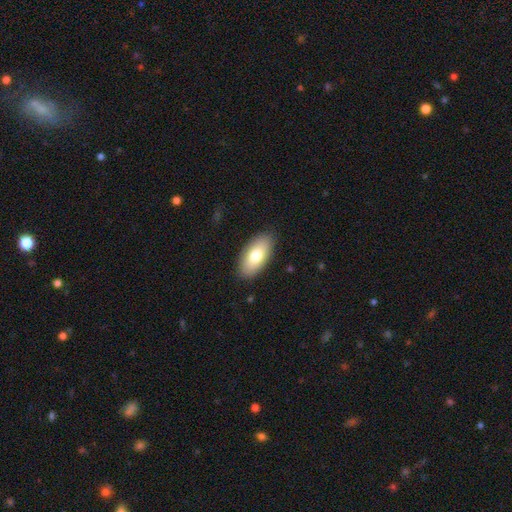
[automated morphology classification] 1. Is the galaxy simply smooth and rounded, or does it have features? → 76% smooth, 17% featured or disk, 6% star or artifact.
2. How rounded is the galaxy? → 92% in between, 5% cigar-shaped, 3% round.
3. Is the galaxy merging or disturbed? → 87% none, 9% minor disturbance, 2% major disturbance, 1% merger.